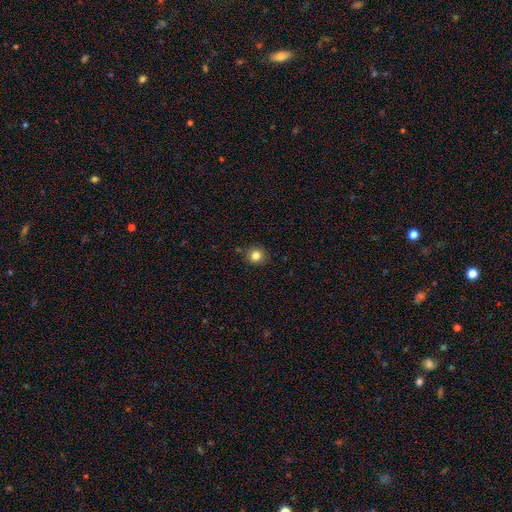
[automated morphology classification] Smooth or featured: smooth — 83% (star or artifact — 12%)
How rounded: round — 91% (in between — 8%)
Merging: none — 88% (minor disturbance — 8%)